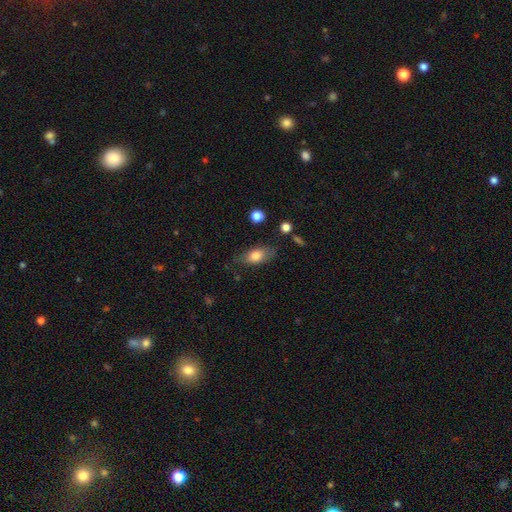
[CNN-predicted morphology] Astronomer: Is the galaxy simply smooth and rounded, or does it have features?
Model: smooth — 77%.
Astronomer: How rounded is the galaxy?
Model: in between — 85%.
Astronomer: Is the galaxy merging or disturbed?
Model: none — 69%.